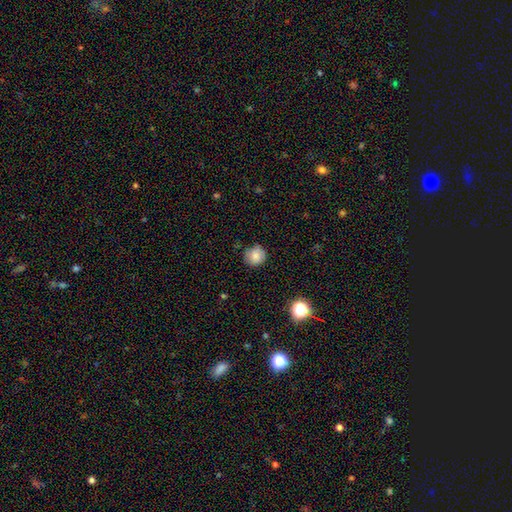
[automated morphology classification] smooth 81%, star or artifact 11%, featured or disk 8%. Down the decision tree: how rounded — round (90%); merging — none (80%).